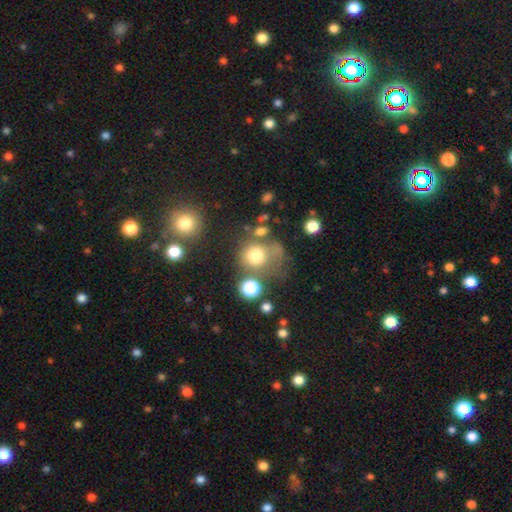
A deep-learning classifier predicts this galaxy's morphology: A smooth galaxy with no disk features (70%) that is round (80%). Merging: none (44%).